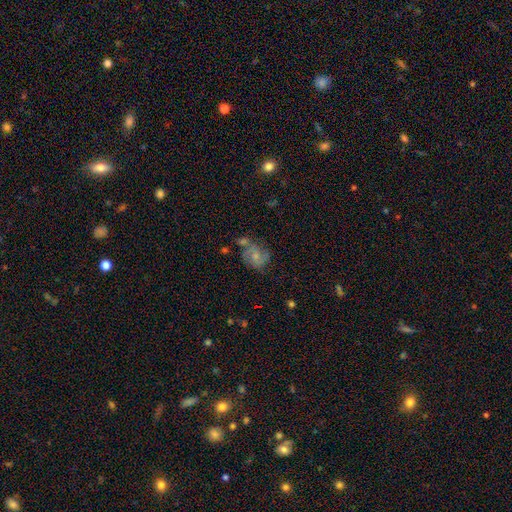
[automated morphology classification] Smooth or featured? featured or disk (59%)
Edge-on disk? no (98%)
Bar? no (66%)
Spiral arms? yes (83%)
Bulge size? small (54%)
Merging? none (50%)